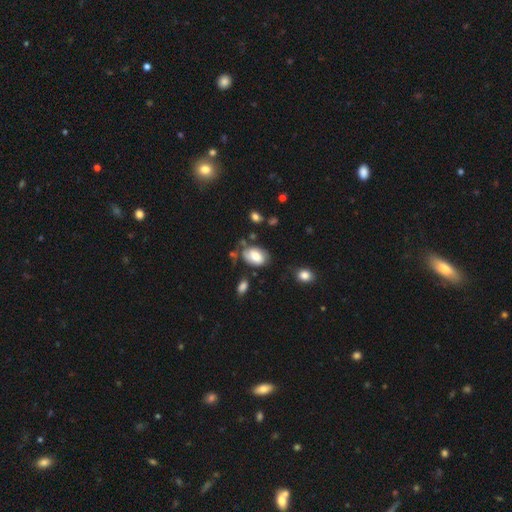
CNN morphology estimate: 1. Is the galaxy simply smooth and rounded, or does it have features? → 66% smooth, 26% featured or disk, 8% star or artifact.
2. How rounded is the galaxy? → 84% in between, 15% round, 1% cigar-shaped.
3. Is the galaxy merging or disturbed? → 55% none, 26% minor disturbance, 11% major disturbance, 8% merger.